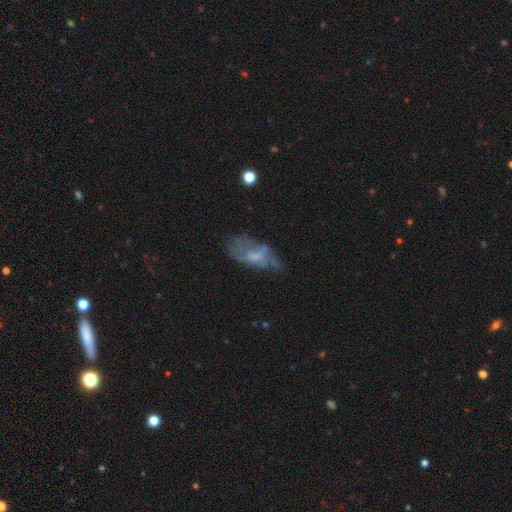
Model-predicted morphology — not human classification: smooth-or-featured: featured or disk: 51% | smooth: 39% | star or artifact: 11%
  disk-edge-on: no: 93% | yes: 7%
  merging: none: 40% | major disturbance: 28% | minor disturbance: 28% | merger: 5%